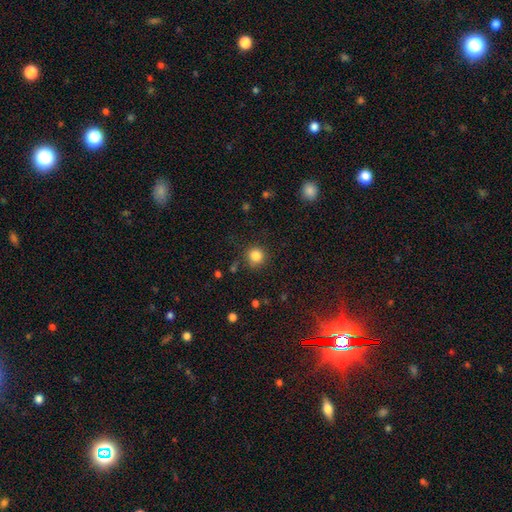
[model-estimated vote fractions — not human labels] smooth 84%, star or artifact 11%, featured or disk 4%. Down the decision tree: how rounded — round (93%); merging — none (85%).